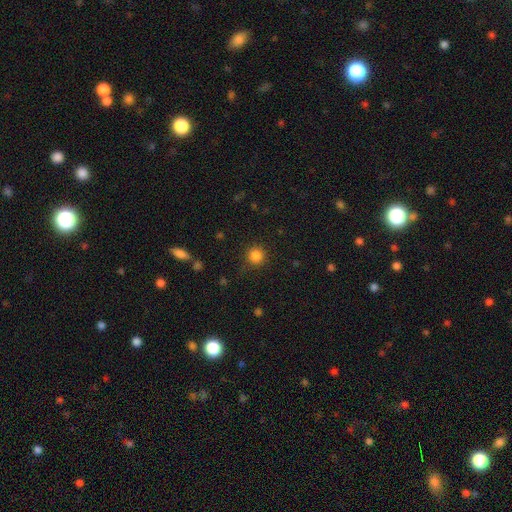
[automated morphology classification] A smooth galaxy with no disk features (84%) that is round (94%).

Vote fractions:
- Smooth or featured? smooth: 84% / star or artifact: 12% / featured or disk: 4%
- How rounded? round: 94% / in between: 5% / cigar-shaped: 1%
- Merging? none: 87% / minor disturbance: 8% / major disturbance: 3% / merger: 1%